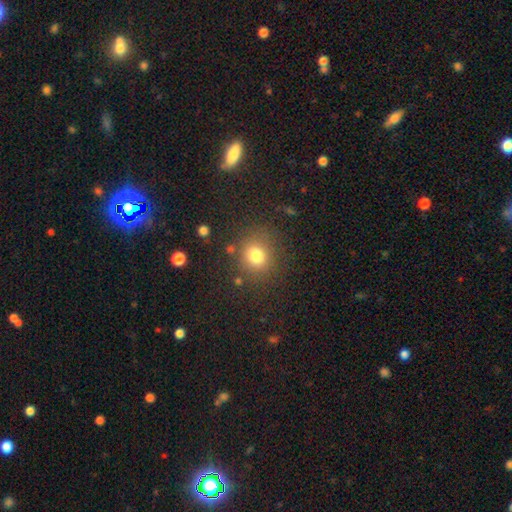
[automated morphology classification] A smooth galaxy with no disk features (78%) that is round (78%). Merging: none (80%).